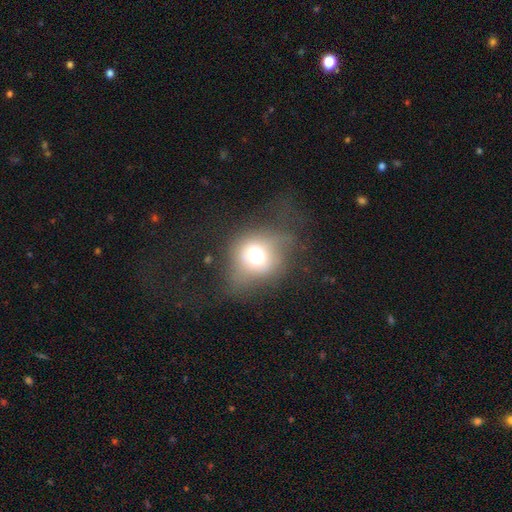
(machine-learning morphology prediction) Smooth or featured?
  - smooth: 64% *
  - featured or disk: 21%
  - star or artifact: 14%
How rounded?
  - round: 67% *
  - in between: 32%
  - cigar-shaped: 1%
Merging?
  - none: 46% *
  - major disturbance: 26%
  - minor disturbance: 25%
  - merger: 2%